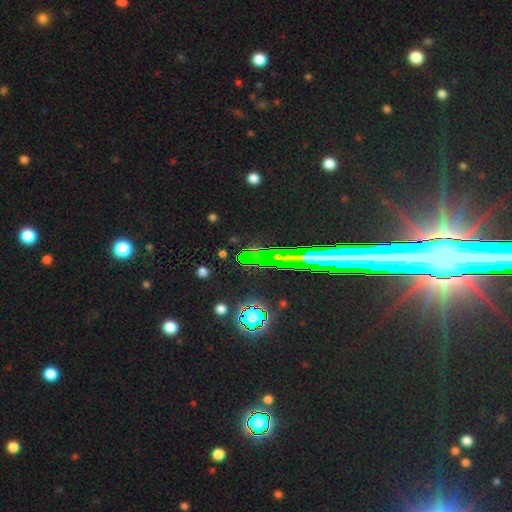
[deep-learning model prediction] Smooth or featured? star or artifact (62%)